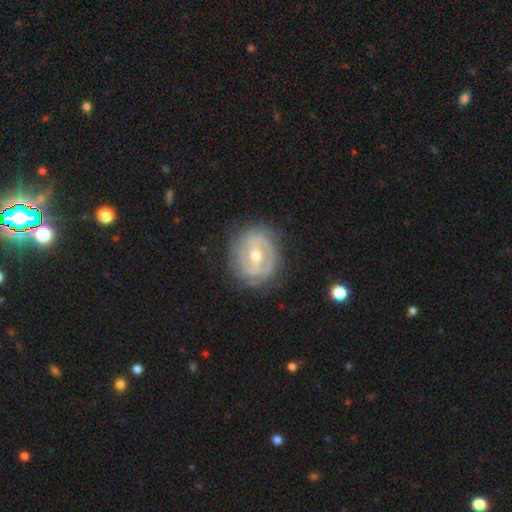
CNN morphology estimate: A featured or disk galaxy (82%) with a weak bar (46%), 2 (51%) tight (64%) spiral arms (81%) and a moderate central bulge (63%).

Vote fractions:
- Smooth or featured? featured or disk: 82% / smooth: 13% / star or artifact: 5%
- Edge-on disk? no: 97% / yes: 3%
- Bar? weak: 46% / strong: 28% / no: 26%
- Spiral arms? yes: 81% / no: 19%
- Spiral winding? tight: 64% / medium: 27% / loose: 9%
- Spiral arm count? 2: 51% / can't tell: 27% / 3: 11% / 1: 5% / 4: 3% / more than 4: 3%
- Bulge size? moderate: 63% / small: 33% / large: 2% / none: 1% / dominant: 1%
- Merging? none: 77% / minor disturbance: 16% / major disturbance: 6% / merger: 1%